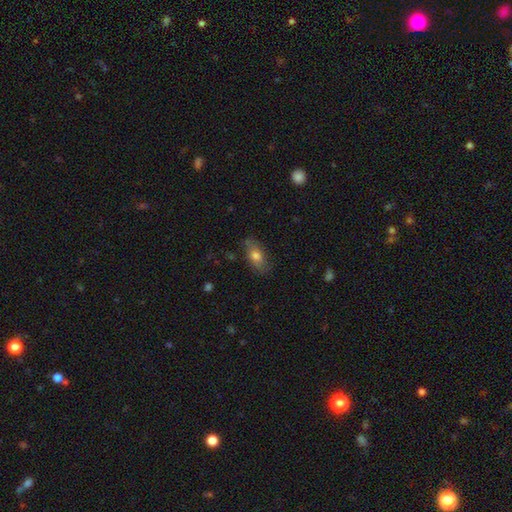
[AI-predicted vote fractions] Morphology: type=smooth (70%); roundness=in between (83%); merging=none (75%).